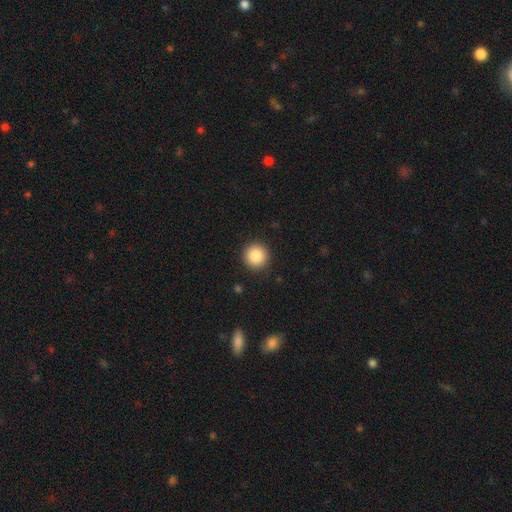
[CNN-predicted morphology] smooth_or_featured: smooth (p=0.87) [alt: star or artifact p=0.09]
how_rounded: round (p=0.95) [alt: in between p=0.04]
merging: none (p=0.92) [alt: minor disturbance p=0.05]